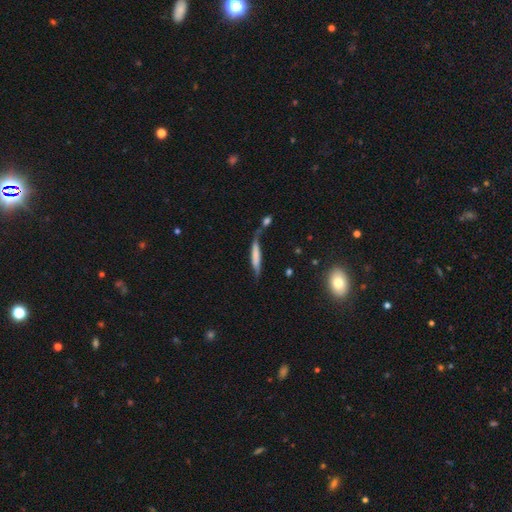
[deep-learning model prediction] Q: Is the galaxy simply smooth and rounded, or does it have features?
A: smooth — 63%.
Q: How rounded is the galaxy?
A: cigar-shaped — 86%.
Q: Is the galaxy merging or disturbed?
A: none — 44%.